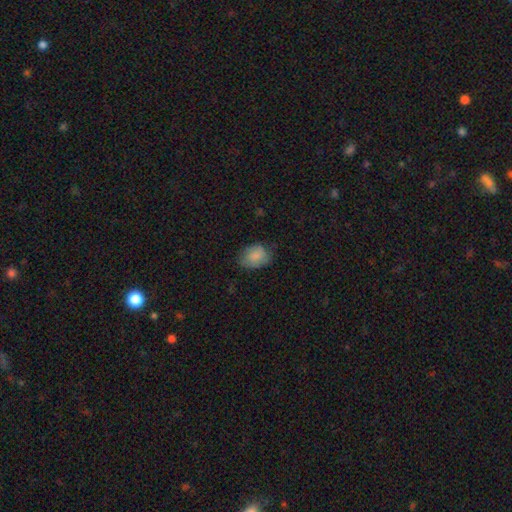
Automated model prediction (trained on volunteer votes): smooth-or-featured: smooth: 84% | featured or disk: 9% | star or artifact: 8%
  how-rounded: in between: 68% | round: 31% | cigar-shaped: 1%
  merging: none: 65% | minor disturbance: 27% | major disturbance: 7% | merger: 1%